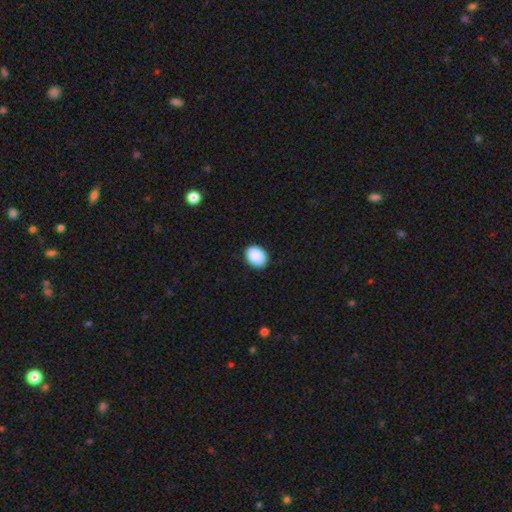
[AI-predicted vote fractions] Smooth or featured: smooth — 90% (star or artifact — 7%)
How rounded: in between — 67% (round — 32%)
Merging: none — 90% (minor disturbance — 8%)